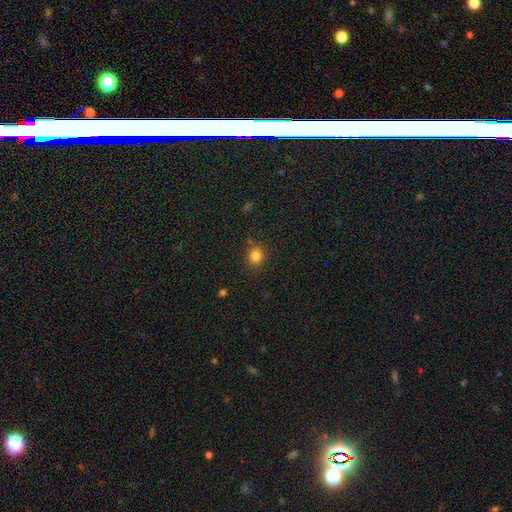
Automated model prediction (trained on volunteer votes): Smooth or featured? smooth (83%)
How rounded? round (73%)
Merging? none (85%)